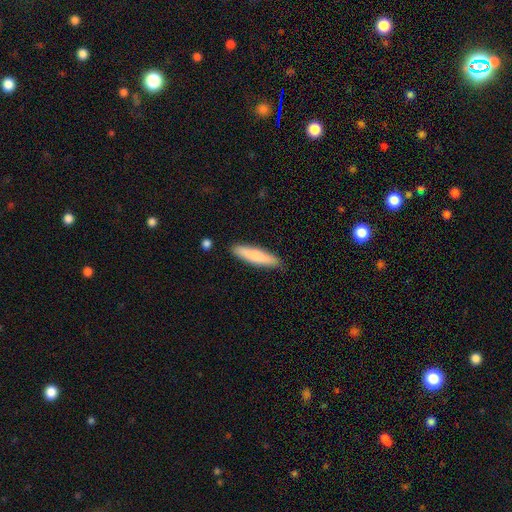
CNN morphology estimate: Smooth or featured?
  - smooth: 76% *
  - featured or disk: 19%
  - star or artifact: 5%
How rounded?
  - cigar-shaped: 83% *
  - in between: 16%
  - round: 1%
Merging?
  - none: 87% *
  - minor disturbance: 10%
  - merger: 2%
  - major disturbance: 2%